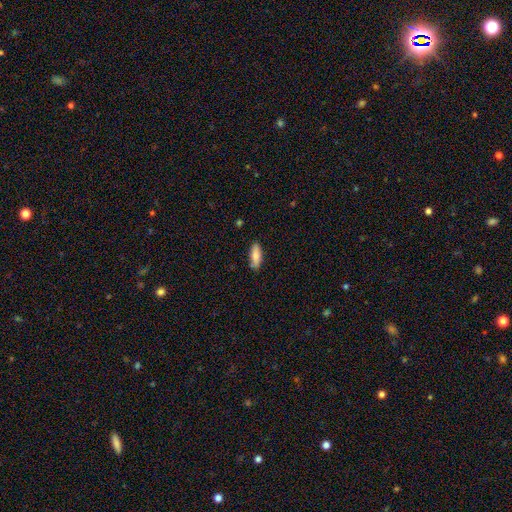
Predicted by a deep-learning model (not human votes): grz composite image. It shows a smooth galaxy with no disk features (83%) that is in between round and cigar-shaped (69%). Merging: none (82%).